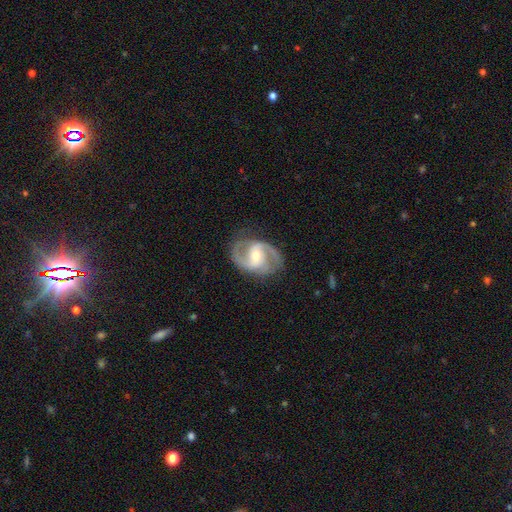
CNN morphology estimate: Q: Smooth or featured?
A: featured or disk (90%); runner-up: smooth (6%)
Q: Edge-on disk?
A: no (98%); runner-up: yes (2%)
Q: Bar?
A: weak (48%); runner-up: no (32%)
Q: Spiral arms?
A: yes (97%); runner-up: no (3%)
Q: Spiral winding?
A: medium (61%); runner-up: tight (21%)
Q: Spiral arm count?
A: 2 (91%); runner-up: 3 (3%)
Q: Bulge size?
A: moderate (63%); runner-up: small (32%)
Q: Merging?
A: none (80%); runner-up: minor disturbance (14%)